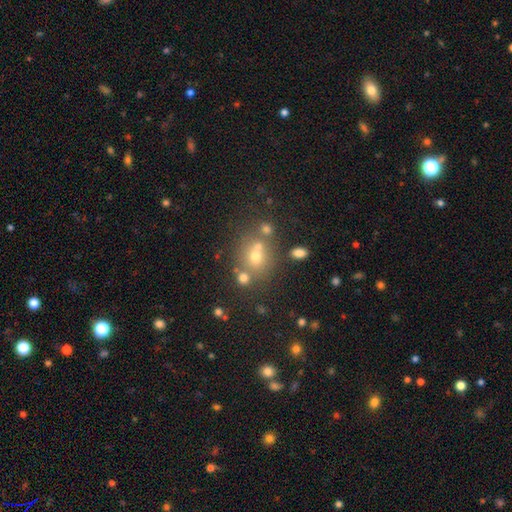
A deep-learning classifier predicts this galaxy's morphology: This is possibly a smooth galaxy (57%). How rounded: likely round (72%). Merging: possibly none (57%).